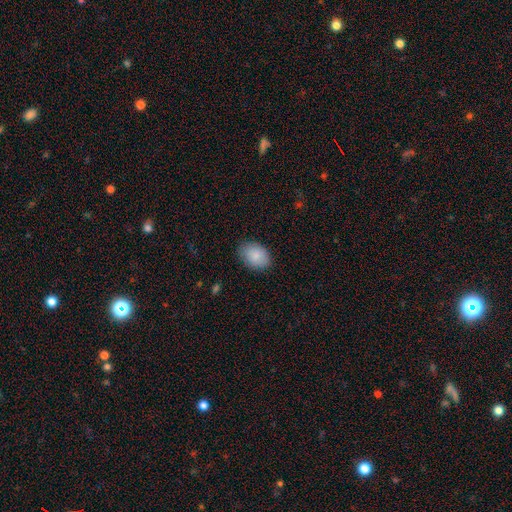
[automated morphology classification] A smooth galaxy with no disk features (87%) that is in between round and cigar-shaped (80%).

Vote fractions:
- Smooth or featured? smooth: 87% / featured or disk: 7% / star or artifact: 7%
- How rounded? in between: 80% / round: 19% / cigar-shaped: 1%
- Merging? none: 81% / minor disturbance: 15% / major disturbance: 3% / merger: 1%